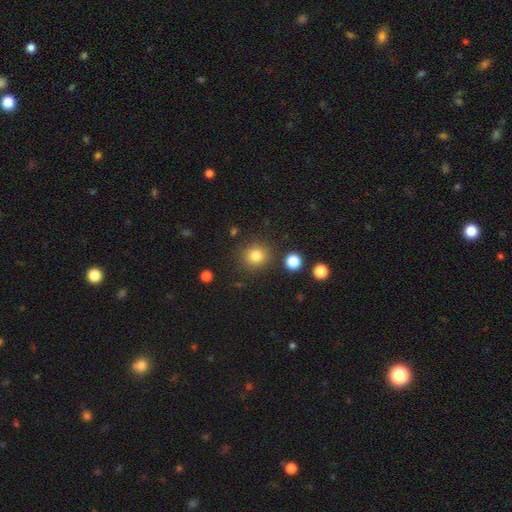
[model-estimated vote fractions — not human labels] A smooth galaxy with no disk features (82%) that is round (89%).

Vote fractions:
- Smooth or featured? smooth: 82% / star or artifact: 12% / featured or disk: 6%
- How rounded? round: 89% / in between: 10% / cigar-shaped: 1%
- Merging? none: 87% / minor disturbance: 7% / merger: 3% / major disturbance: 3%